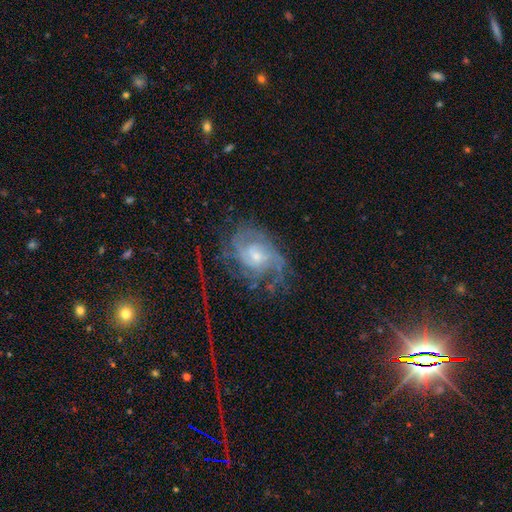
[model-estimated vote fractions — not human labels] smooth-or-featured: featured or disk: 81% | smooth: 11% | star or artifact: 8%
  disk-edge-on: no: 97% | yes: 3%
    bar: no: 58% | weak: 36% | strong: 6%
    has-spiral-arms: yes: 91% | no: 9%
      spiral-winding: tight: 42% | medium: 38% | loose: 20%
      spiral-arm-count: can't tell: 38% | 2: 22% | 3: 15% | 4: 10% | 1: 7% | more than 4: 7%
    bulge-size: small: 54% | moderate: 38% | large: 4% | none: 3% | dominant: 1%
  merging: none: 48% | major disturbance: 31% | minor disturbance: 18% | merger: 3%